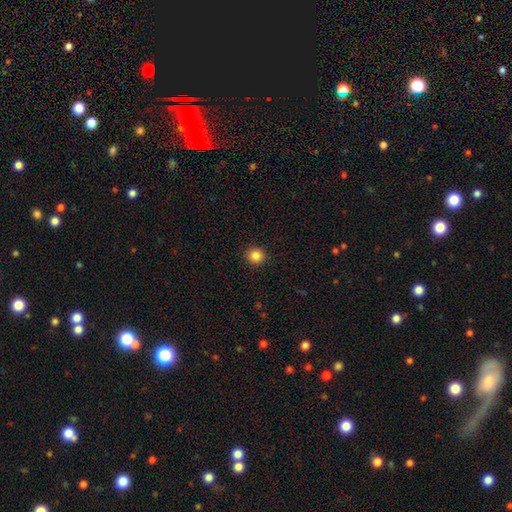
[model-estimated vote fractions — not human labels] Morphology: type=smooth (86%); roundness=round (92%); merging=none (92%).